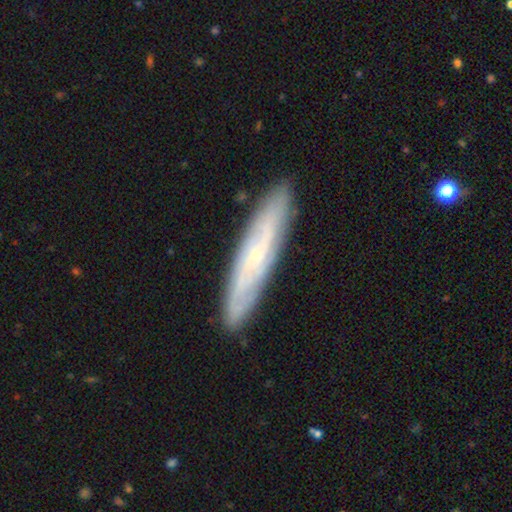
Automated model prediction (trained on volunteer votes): Smooth or featured?
  - featured or disk: 58% *
  - smooth: 35%
  - star or artifact: 7%
Edge-on disk?
  - yes: 57% *
  - no: 43%
Merging?
  - none: 88% *
  - minor disturbance: 9%
  - major disturbance: 2%
  - merger: 1%